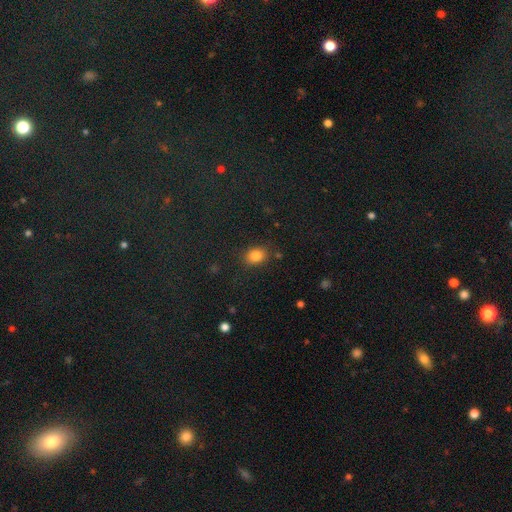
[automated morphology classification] smooth-or-featured: smooth: 83% | star or artifact: 11% | featured or disk: 6%
  how-rounded: in between: 56% | round: 43% | cigar-shaped: 1%
  merging: none: 82% | minor disturbance: 12% | major disturbance: 4% | merger: 2%